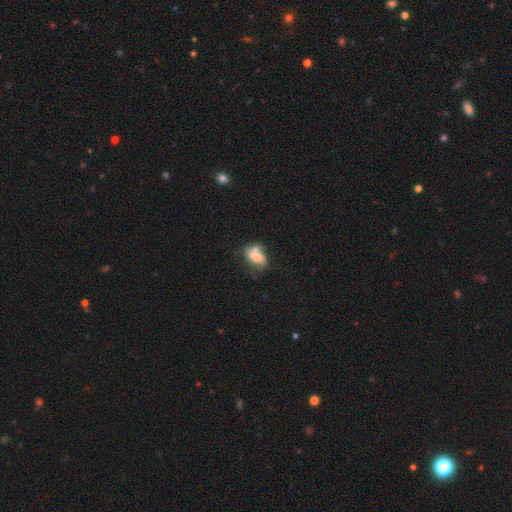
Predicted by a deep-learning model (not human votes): A smooth galaxy with no disk features (64%) that is in between round and cigar-shaped (83%).

Vote fractions:
- Smooth or featured? smooth: 64% / featured or disk: 26% / star or artifact: 10%
- How rounded? in between: 83% / round: 10% / cigar-shaped: 7%
- Merging? none: 33% / merger: 31% / minor disturbance: 22% / major disturbance: 14%